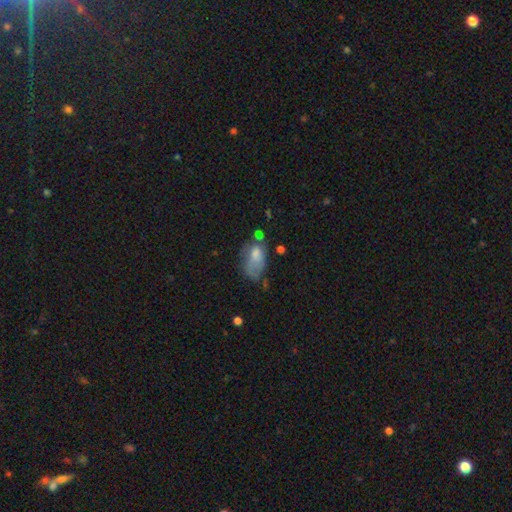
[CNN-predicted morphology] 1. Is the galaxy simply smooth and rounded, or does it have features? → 62% smooth, 28% featured or disk, 9% star or artifact.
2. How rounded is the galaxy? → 90% in between, 8% round, 2% cigar-shaped.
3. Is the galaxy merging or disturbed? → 34% major disturbance, 28% minor disturbance, 25% none, 12% merger.